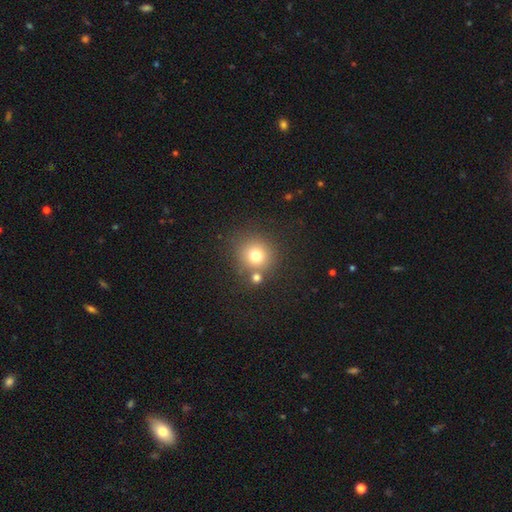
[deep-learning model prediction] A smooth galaxy with no disk features (75%) that is round (90%).

Vote fractions:
- Smooth or featured? smooth: 75% / star or artifact: 15% / featured or disk: 11%
- How rounded? round: 90% / in between: 9% / cigar-shaped: 1%
- Merging? none: 70% / merger: 16% / minor disturbance: 9% / major disturbance: 4%